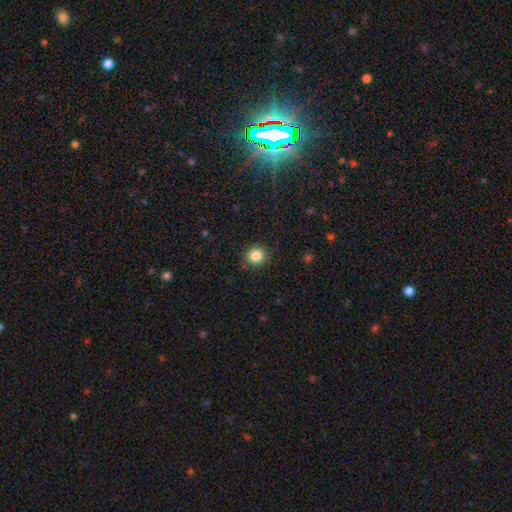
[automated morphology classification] smooth 84%, star or artifact 11%, featured or disk 5%. Down the decision tree: how rounded — round (91%); merging — none (88%).